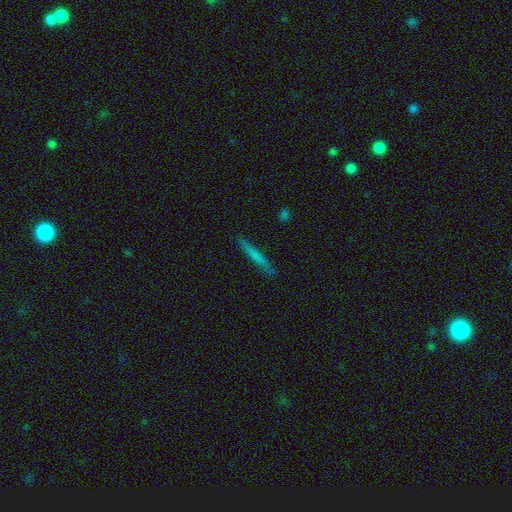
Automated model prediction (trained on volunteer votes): Smooth or featured? Predicted: smooth (p=0.63). How rounded? Predicted: cigar-shaped (p=0.96). Merging? Predicted: none (p=0.88).